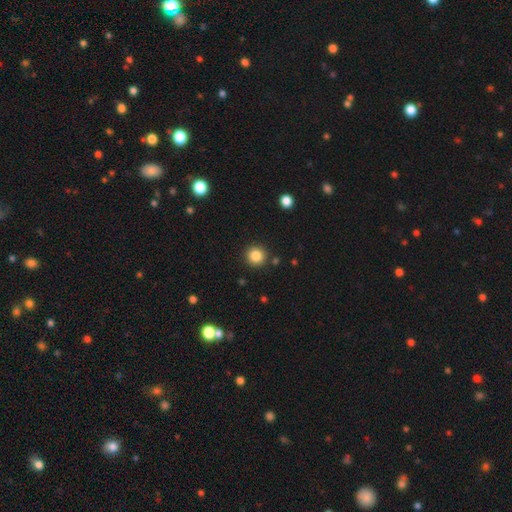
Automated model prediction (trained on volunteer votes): Smooth or featured: smooth — 85% (star or artifact — 11%)
How rounded: round — 94% (in between — 5%)
Merging: none — 90% (minor disturbance — 6%)